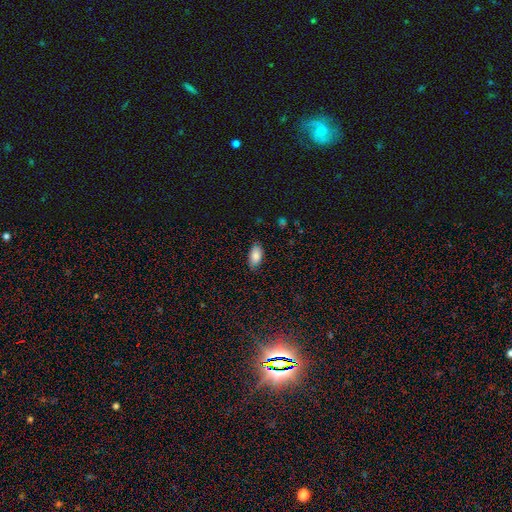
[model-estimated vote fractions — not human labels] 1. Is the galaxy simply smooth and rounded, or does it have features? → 85% smooth, 8% featured or disk, 7% star or artifact.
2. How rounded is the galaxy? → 93% in between, 4% cigar-shaped, 3% round.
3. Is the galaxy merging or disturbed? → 84% none, 13% minor disturbance, 2% major disturbance, 1% merger.